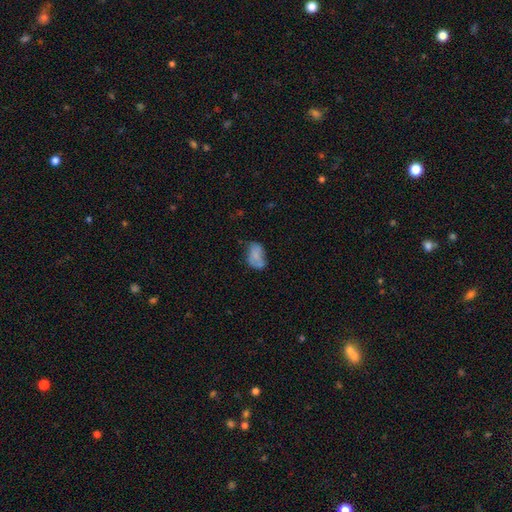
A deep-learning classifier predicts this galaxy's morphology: A smooth galaxy with no disk features (67%) that is in between round and cigar-shaped (86%).

Vote fractions:
- Smooth or featured? smooth: 67% / featured or disk: 24% / star or artifact: 10%
- How rounded? in between: 86% / round: 13% / cigar-shaped: 1%
- Merging? none: 41% / minor disturbance: 32% / major disturbance: 15% / merger: 11%